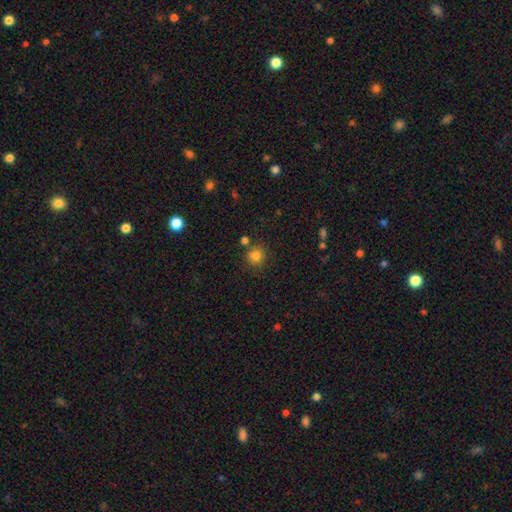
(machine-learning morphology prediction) A smooth galaxy with no disk features (82%) that is round (90%). Merging: none (80%).